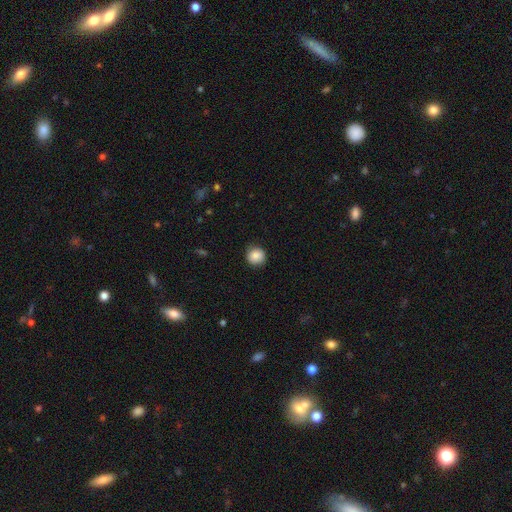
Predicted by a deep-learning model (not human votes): This is clearly a smooth galaxy (86%). How rounded: clearly round (92%). Merging: clearly none (87%).